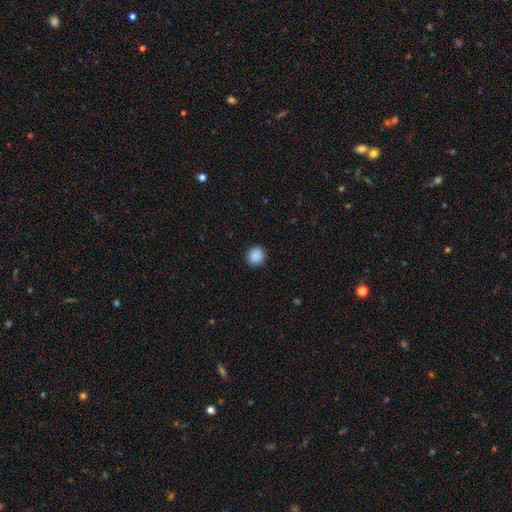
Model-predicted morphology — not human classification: type=smooth (89%); roundness=round (92%); merging=none (92%).